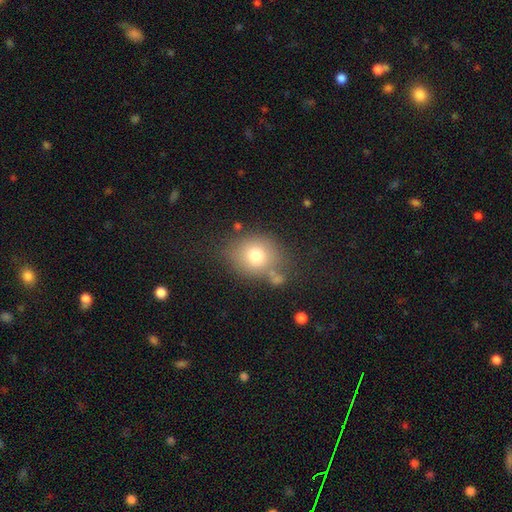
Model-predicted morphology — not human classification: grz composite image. It shows a smooth galaxy with no disk features (75%) that is round (63%). Merging: none (65%).